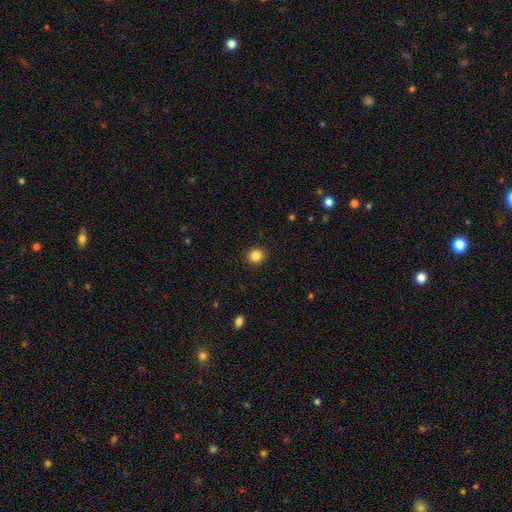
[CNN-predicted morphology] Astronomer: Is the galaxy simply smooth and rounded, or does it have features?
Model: smooth — 85%.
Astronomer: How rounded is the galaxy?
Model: round — 82%.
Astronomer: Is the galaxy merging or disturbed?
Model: none — 92%.